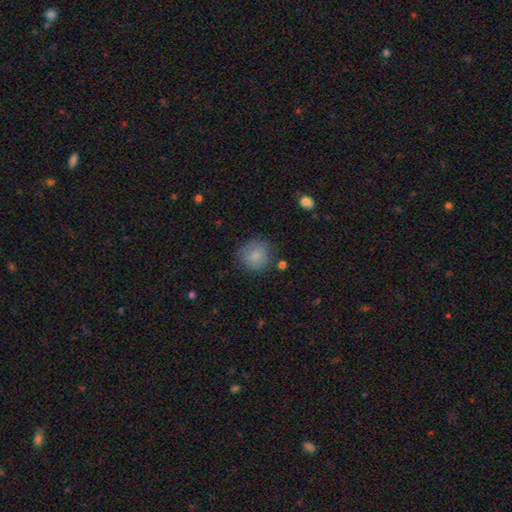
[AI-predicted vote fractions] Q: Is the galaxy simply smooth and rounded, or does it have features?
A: smooth — 81%.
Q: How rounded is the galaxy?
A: round — 86%.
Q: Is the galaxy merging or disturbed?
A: none — 74%.